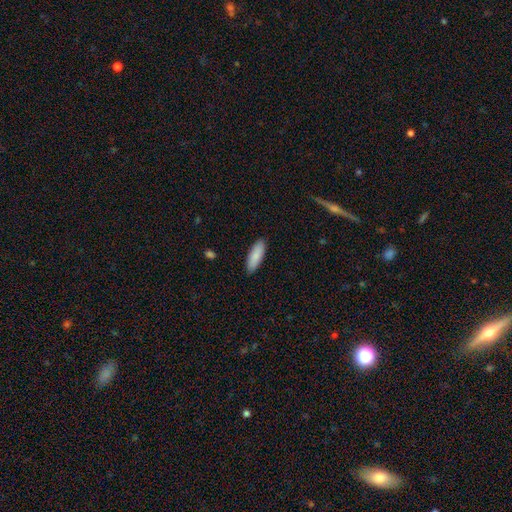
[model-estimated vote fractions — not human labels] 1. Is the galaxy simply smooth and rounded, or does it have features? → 86% smooth, 8% featured or disk, 6% star or artifact.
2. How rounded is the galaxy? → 62% in between, 37% cigar-shaped, 2% round.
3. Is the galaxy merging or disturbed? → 88% none, 9% minor disturbance, 2% major disturbance, 1% merger.